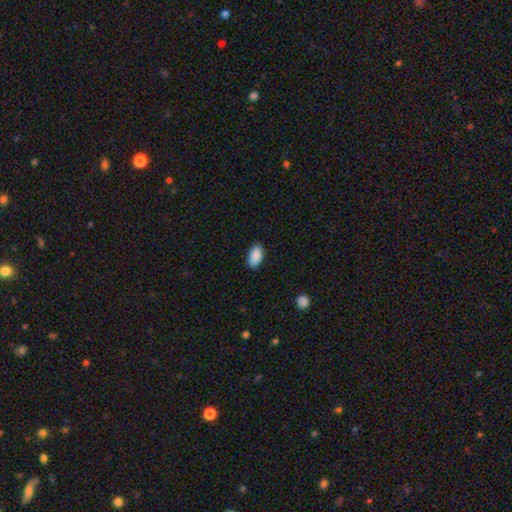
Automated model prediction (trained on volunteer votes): The model was most divided on "merging": none: 85%, minor disturbance: 11%, major disturbance: 2%, merger: 1%. More confident: how rounded — in between (94%); smooth or featured — smooth (90%).